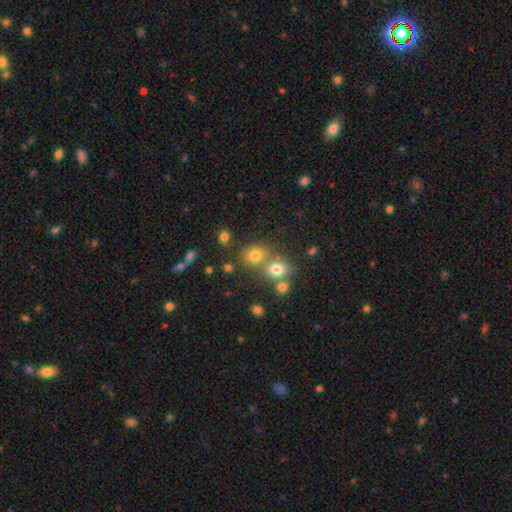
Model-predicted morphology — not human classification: Smooth or featured: smooth — 71% (star or artifact — 19%)
How rounded: round — 75% (in between — 23%)
Merging: none — 54% (merger — 35%)